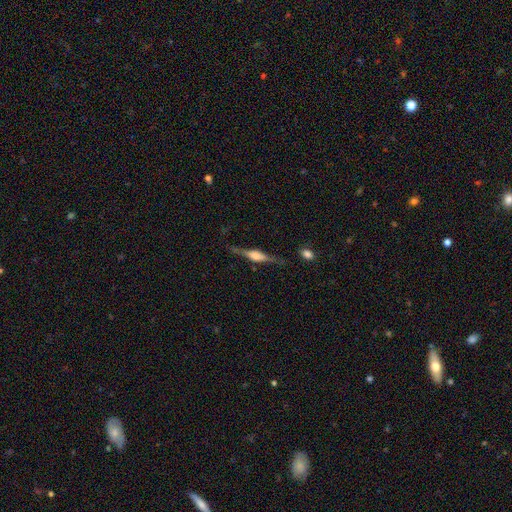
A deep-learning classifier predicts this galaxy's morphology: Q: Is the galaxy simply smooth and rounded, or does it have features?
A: featured or disk — 75%.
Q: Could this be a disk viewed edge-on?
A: yes — 97%.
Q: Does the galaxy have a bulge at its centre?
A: rounded — 71%.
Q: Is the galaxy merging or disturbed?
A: none — 81%.